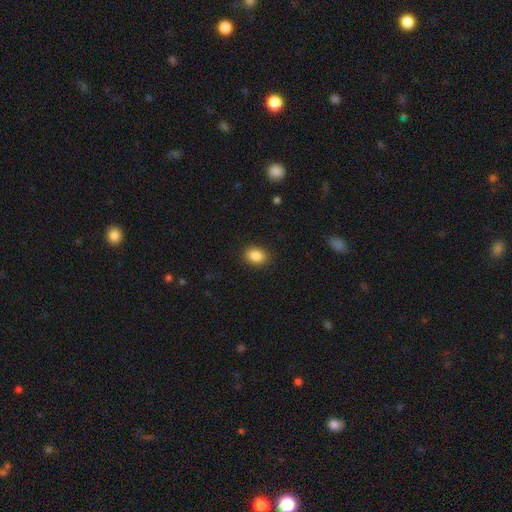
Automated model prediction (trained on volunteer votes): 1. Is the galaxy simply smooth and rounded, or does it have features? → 87% smooth, 9% star or artifact, 4% featured or disk.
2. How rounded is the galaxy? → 71% in between, 28% round, 1% cigar-shaped.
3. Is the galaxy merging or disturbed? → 88% none, 9% minor disturbance, 2% major disturbance, 1% merger.